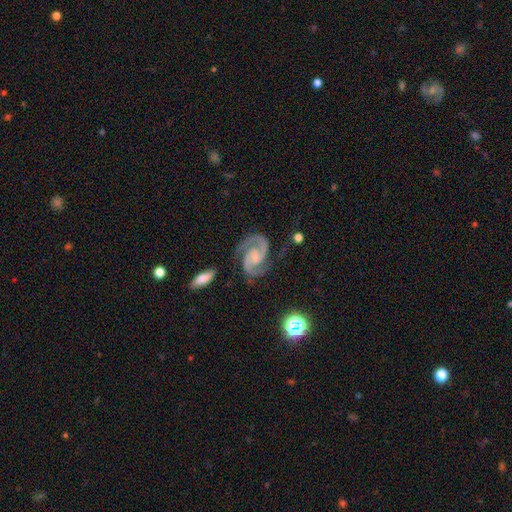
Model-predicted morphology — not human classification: A featured or disk galaxy (92%) with no bar (50%), 2 (94%) medium (58%) spiral arms (99%) and no central bulge (41%).

Vote fractions:
- Smooth or featured? featured or disk: 92% / star or artifact: 4% / smooth: 3%
- Edge-on disk? no: 98% / yes: 2%
- Bar? no: 50% / weak: 37% / strong: 13%
- Spiral arms? yes: 99% / no: 1%
- Spiral winding? medium: 58% / tight: 33% / loose: 10%
- Spiral arm count? 2: 94% / can't tell: 1% / 3: 1% / 1: 1% / 4: 1% / more than 4: 1%
- Bulge size? none: 41% / small: 33% / moderate: 20% / large: 4% / dominant: 2%
- Merging? none: 77% / minor disturbance: 15% / major disturbance: 5% / merger: 3%